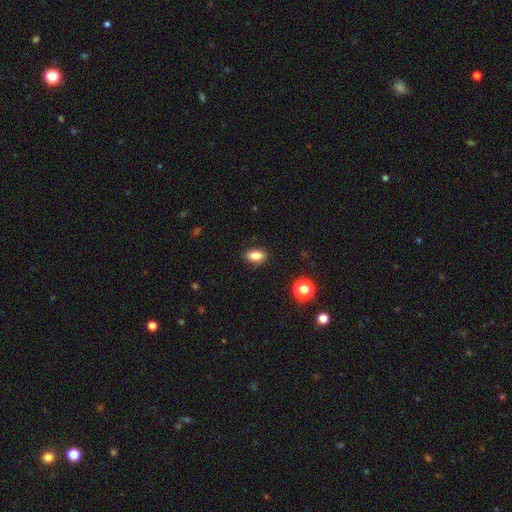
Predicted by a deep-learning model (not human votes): Overall: smooth (82%). How rounded: in between (84%). Merging: none (89%).